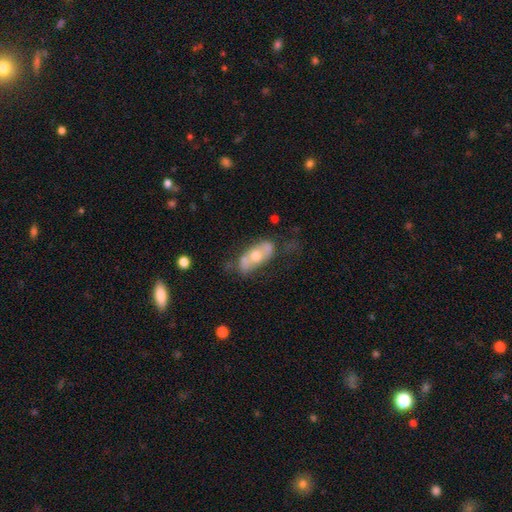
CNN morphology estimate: This appears to be a featured or disk galaxy (50%). Merging: none (52%).